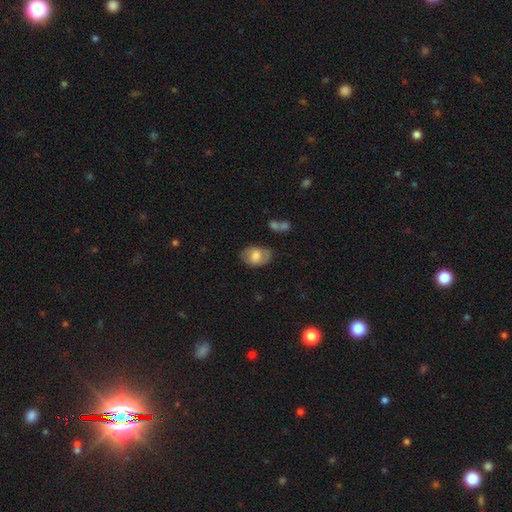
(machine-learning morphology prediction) Q: Smooth or featured?
A: smooth (65%); runner-up: featured or disk (28%)
Q: How rounded?
A: in between (80%); runner-up: round (18%)
Q: Merging?
A: none (65%); runner-up: minor disturbance (23%)